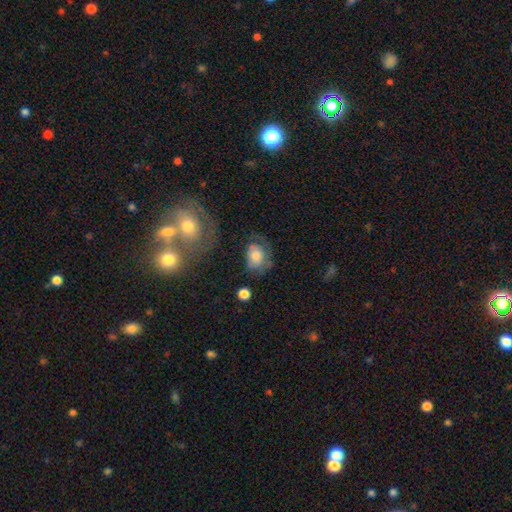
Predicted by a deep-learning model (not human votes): This is likely a smooth galaxy (64%). How rounded: likely in between (62%). Merging: marginally none (44%).